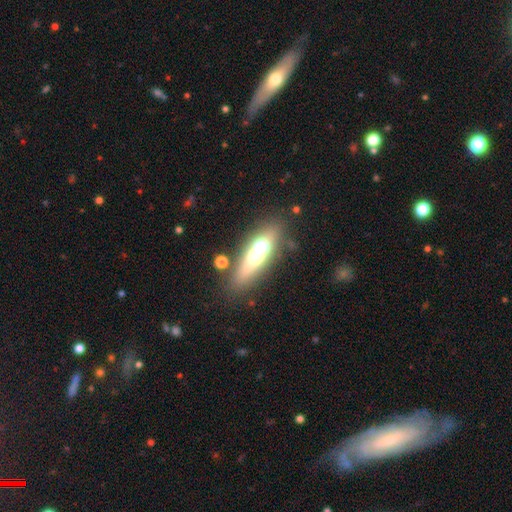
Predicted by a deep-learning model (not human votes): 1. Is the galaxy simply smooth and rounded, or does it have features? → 43% featured or disk, 42% smooth, 15% star or artifact.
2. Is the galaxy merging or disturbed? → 66% none, 18% merger, 10% minor disturbance, 6% major disturbance.